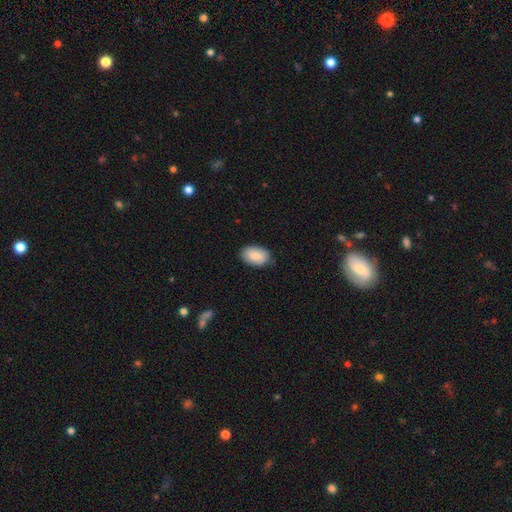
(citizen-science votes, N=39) A smooth galaxy with no disk features (82%) that is in between round and cigar-shaped (97%).

Vote fractions:
- Smooth or featured? smooth: 82% / star or artifact: 10% / featured or disk: 8%
- How rounded? in between: 97% / round: 3% / cigar-shaped: 0%
- Merging? none: 74% / minor disturbance: 23% / merger: 3% / major disturbance: 0%